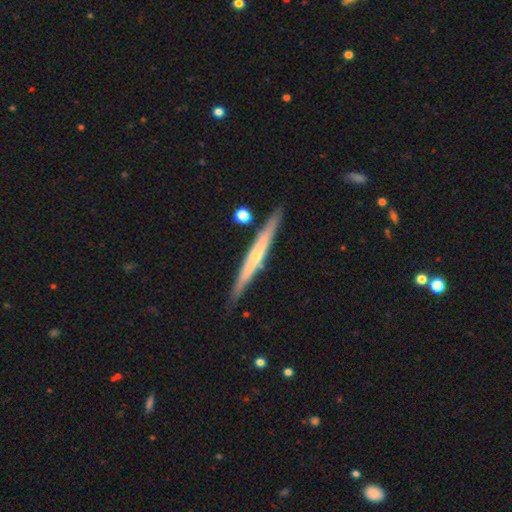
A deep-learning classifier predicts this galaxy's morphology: Smooth or featured? Predicted: featured or disk (p=0.68). Edge-on disk? Predicted: yes (p=0.97). Edge-on bulge? Predicted: rounded (p=0.51). Merging? Predicted: none (p=0.87).